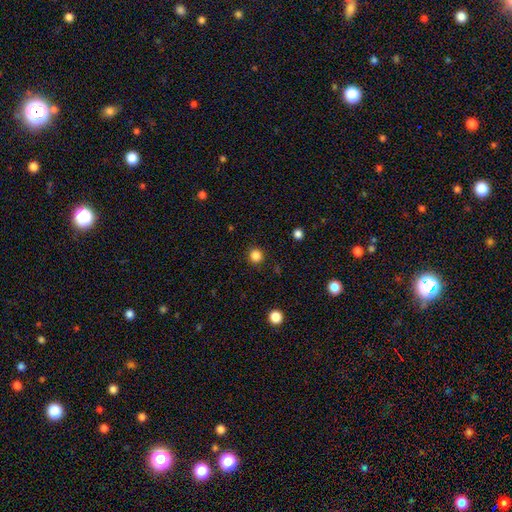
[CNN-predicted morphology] Smooth or featured?
  - smooth: 84% *
  - star or artifact: 13%
  - featured or disk: 3%
How rounded?
  - round: 93% *
  - in between: 6%
  - cigar-shaped: 1%
Merging?
  - none: 91% *
  - minor disturbance: 6%
  - major disturbance: 2%
  - merger: 1%